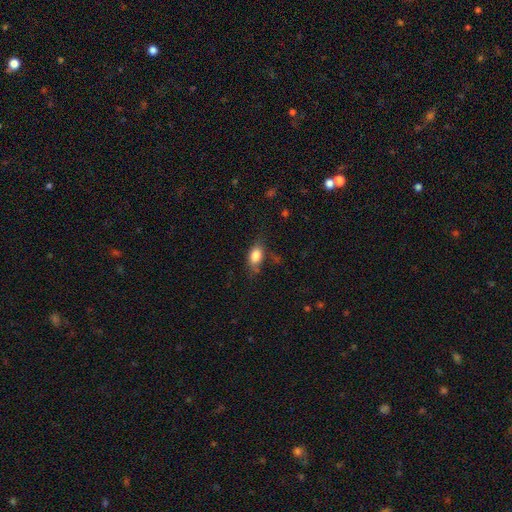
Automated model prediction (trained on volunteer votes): A smooth galaxy with no disk features (82%) that is in between round and cigar-shaped (84%).

Vote fractions:
- Smooth or featured? smooth: 82% / featured or disk: 10% / star or artifact: 8%
- How rounded? in between: 84% / round: 11% / cigar-shaped: 5%
- Merging? none: 62% / minor disturbance: 26% / major disturbance: 9% / merger: 3%